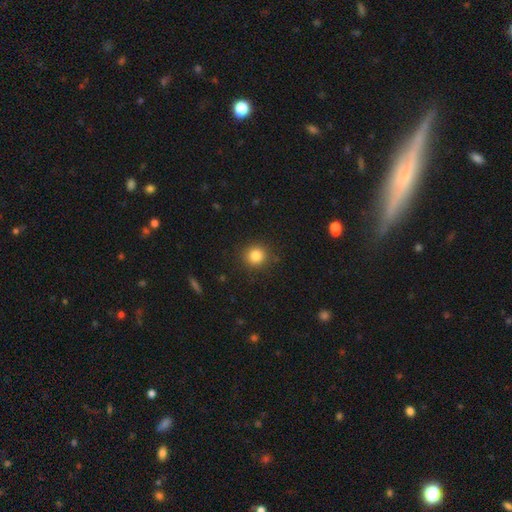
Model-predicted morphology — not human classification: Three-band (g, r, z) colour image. It shows a smooth galaxy with no disk features (84%) that is round (92%). Merging: none (89%).